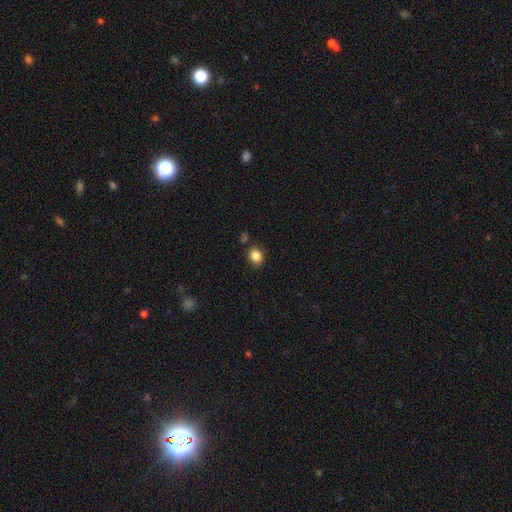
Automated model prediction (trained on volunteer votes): Smooth or featured?
  - smooth: 85% *
  - star or artifact: 11%
  - featured or disk: 5%
How rounded?
  - round: 72% *
  - in between: 27%
  - cigar-shaped: 1%
Merging?
  - none: 83% *
  - minor disturbance: 10%
  - merger: 5%
  - major disturbance: 3%